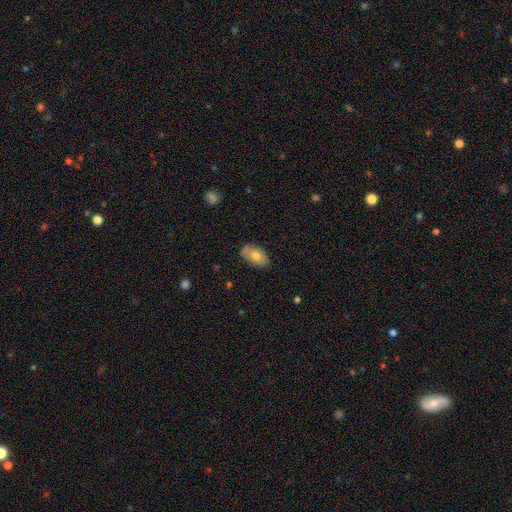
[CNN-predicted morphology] Overall: smooth (69%). How rounded: in between (91%). Merging: none (78%).